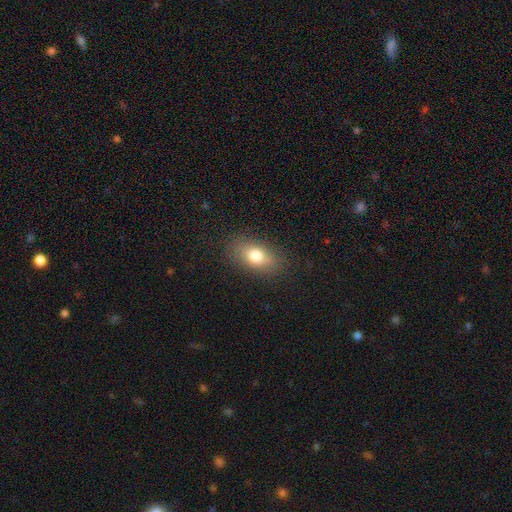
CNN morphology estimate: A smooth galaxy with no disk features (77%) that is in between round and cigar-shaped (82%). Merging: none (84%).